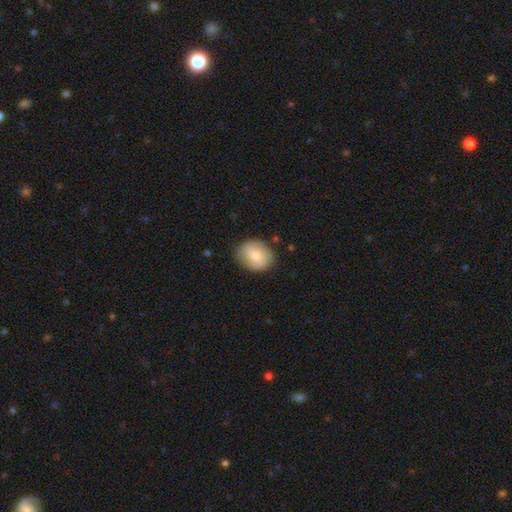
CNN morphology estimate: This is likely a smooth galaxy (74%). How rounded: possibly round (54%). Merging: likely none (79%).